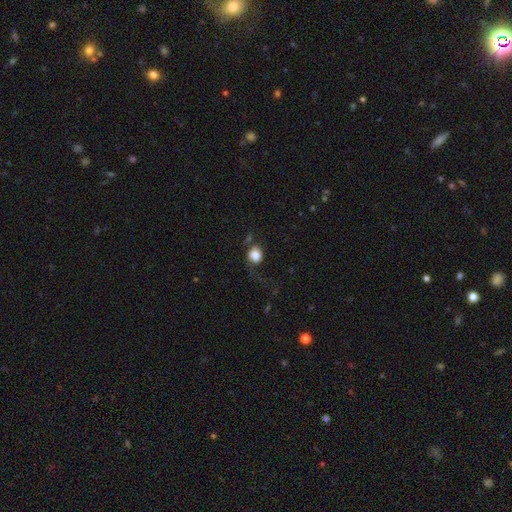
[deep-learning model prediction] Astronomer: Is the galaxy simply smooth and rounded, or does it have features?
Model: smooth — 77%.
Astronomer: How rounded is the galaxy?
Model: round — 62%.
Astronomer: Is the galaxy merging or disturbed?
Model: none — 38% (runner-up: major disturbance, 34%).